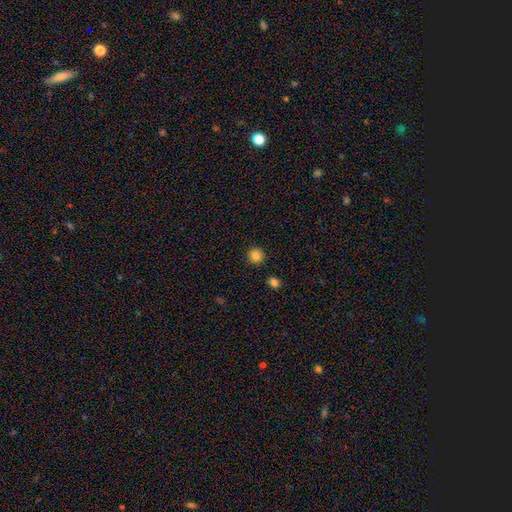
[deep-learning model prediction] Smooth or featured?
  - smooth: 84% *
  - star or artifact: 11%
  - featured or disk: 5%
How rounded?
  - round: 93% *
  - in between: 6%
  - cigar-shaped: 1%
Merging?
  - none: 90% *
  - minor disturbance: 6%
  - merger: 2%
  - major disturbance: 2%